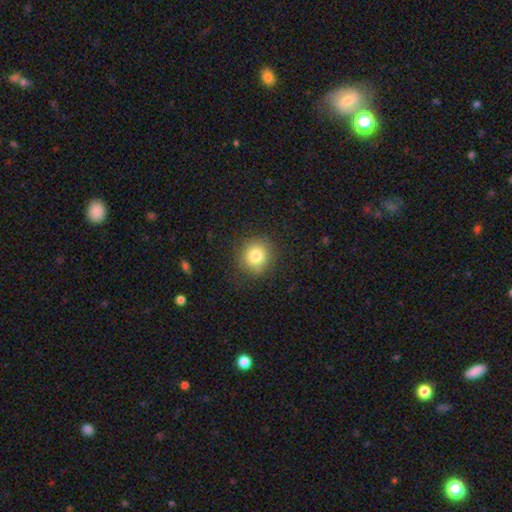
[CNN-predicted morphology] This is clearly a smooth galaxy (81%). How rounded: clearly round (87%). Merging: clearly none (84%).